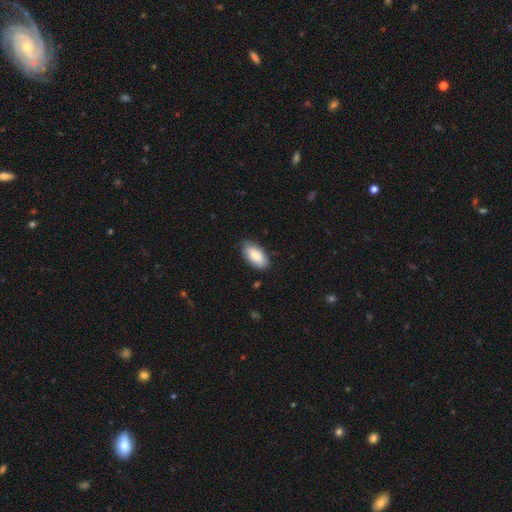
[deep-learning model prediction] Q: Smooth or featured?
A: smooth (85%); runner-up: featured or disk (9%)
Q: How rounded?
A: in between (95%); runner-up: cigar-shaped (3%)
Q: Merging?
A: none (82%); runner-up: minor disturbance (15%)